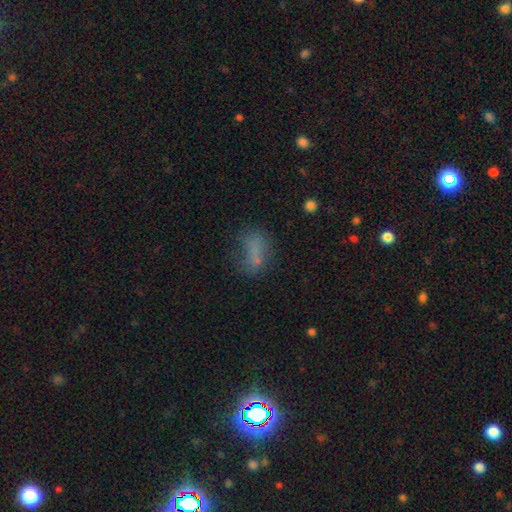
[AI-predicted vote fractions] This appears to be a smooth galaxy with no disk features (60%) that is in between round and cigar-shaped (75%). Merging: none (51%).